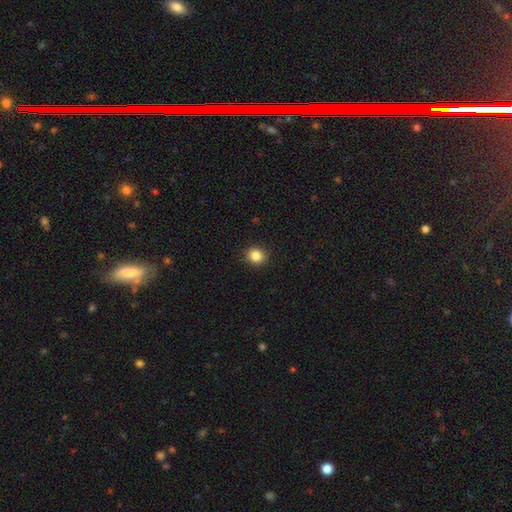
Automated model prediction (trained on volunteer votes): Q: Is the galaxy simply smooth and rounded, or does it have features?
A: smooth — 85%.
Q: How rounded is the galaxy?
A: round — 82%.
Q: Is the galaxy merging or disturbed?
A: none — 91%.